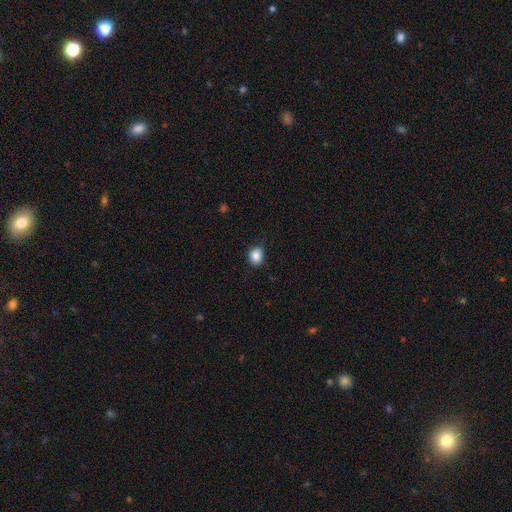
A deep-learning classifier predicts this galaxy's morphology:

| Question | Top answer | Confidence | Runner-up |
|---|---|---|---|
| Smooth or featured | smooth | 87% | star or artifact (9%) |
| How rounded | round | 57% | in between (42%) |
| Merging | none | 81% | minor disturbance (15%) |